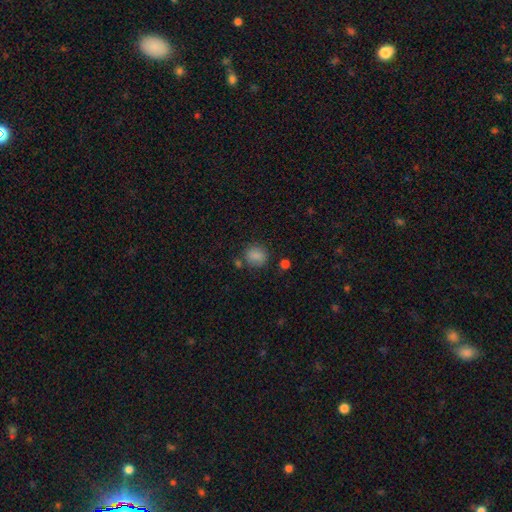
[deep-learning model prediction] This is clearly a smooth galaxy (82%). How rounded: likely round (71%). Merging: likely none (74%).